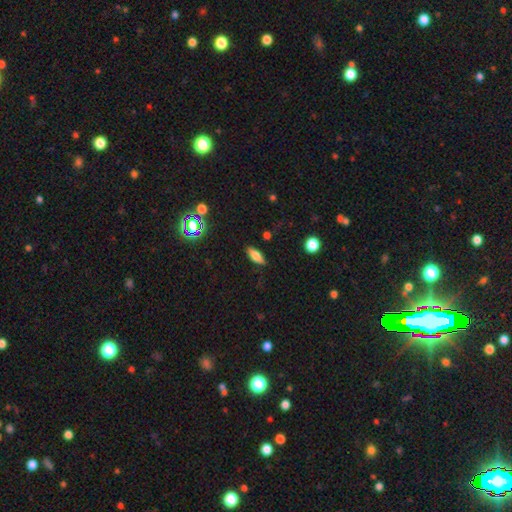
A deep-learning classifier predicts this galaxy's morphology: The model was most divided on "how rounded": in between: 66%, cigar-shaped: 30%, round: 4%. More confident: merging — none (86%); smooth or featured — smooth (68%).